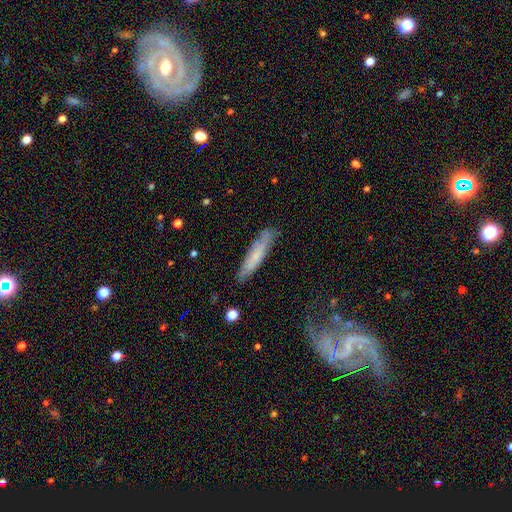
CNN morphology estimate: Smooth or featured?
  - smooth: 55% *
  - featured or disk: 38%
  - star or artifact: 7%
How rounded?
  - cigar-shaped: 84% *
  - in between: 14%
  - round: 2%
Merging?
  - none: 76% *
  - minor disturbance: 18%
  - major disturbance: 4%
  - merger: 2%